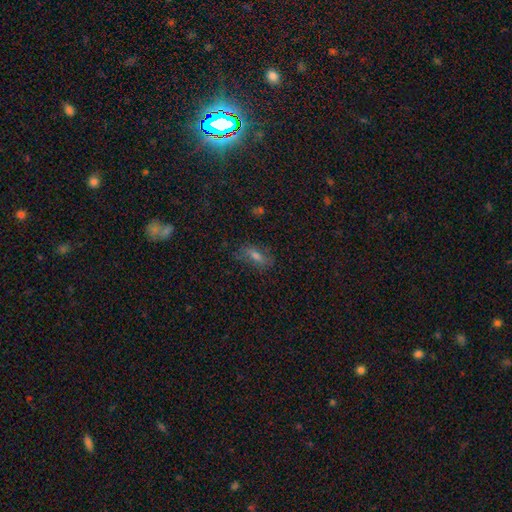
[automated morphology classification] A smooth galaxy with no disk features (49%). Merging: none (71%).